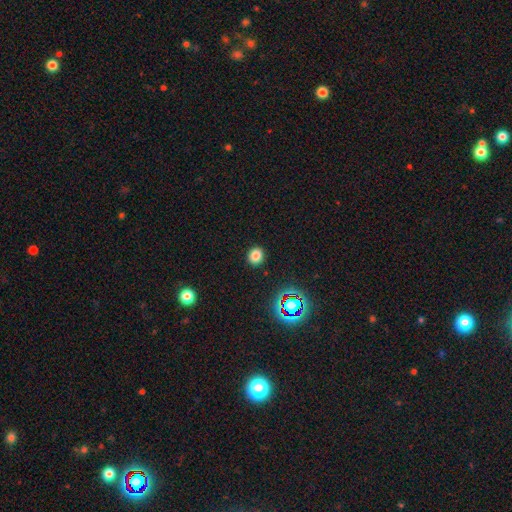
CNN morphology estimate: A smooth galaxy with no disk features (80%) that is round (76%). Merging: none (91%).